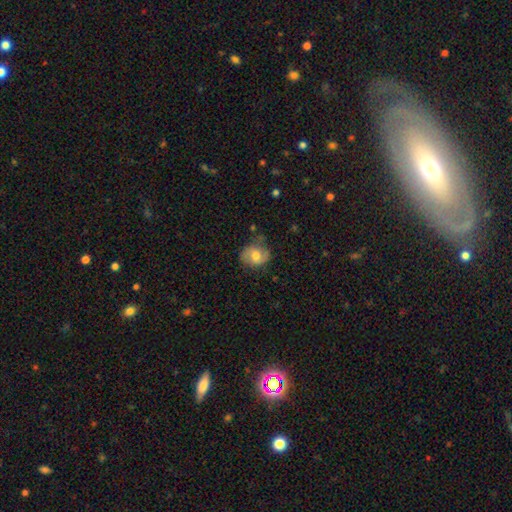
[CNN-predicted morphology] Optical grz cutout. It shows a smooth galaxy with no disk features (48%). Merging: none (65%).